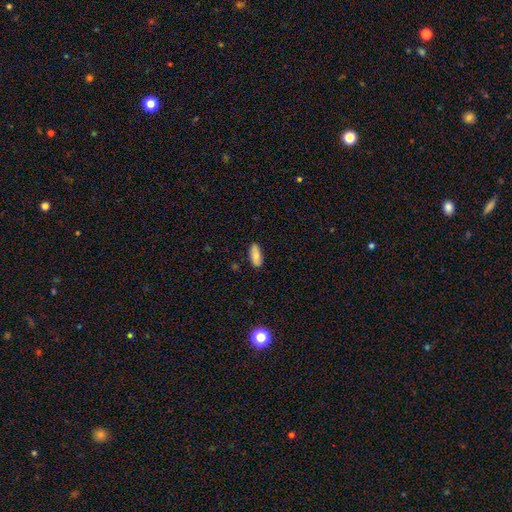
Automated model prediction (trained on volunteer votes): The model was most divided on "how rounded": in between: 81%, cigar-shaped: 17%, round: 2%. More confident: merging — none (86%); smooth or featured — smooth (81%).